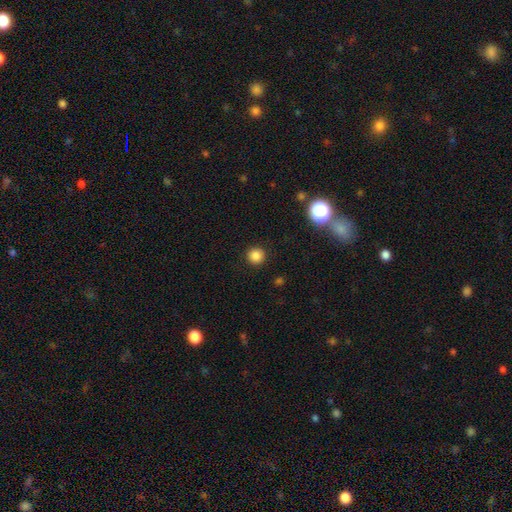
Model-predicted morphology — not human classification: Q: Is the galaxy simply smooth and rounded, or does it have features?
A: smooth — 84%.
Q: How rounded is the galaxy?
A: round — 95%.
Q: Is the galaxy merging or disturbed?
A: none — 92%.